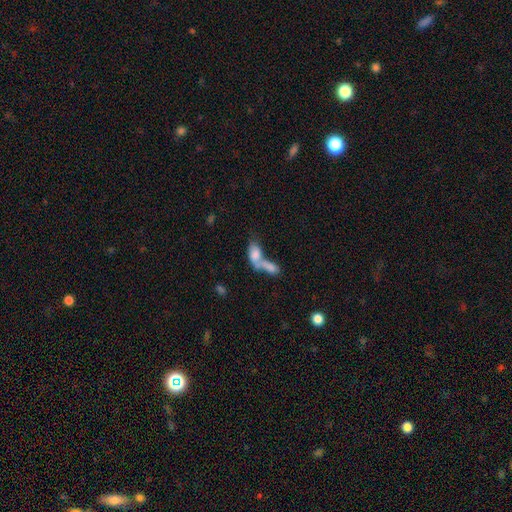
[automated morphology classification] A smooth galaxy with no disk features (72%) that is in between round and cigar-shaped (84%). Merging: merger (75%).